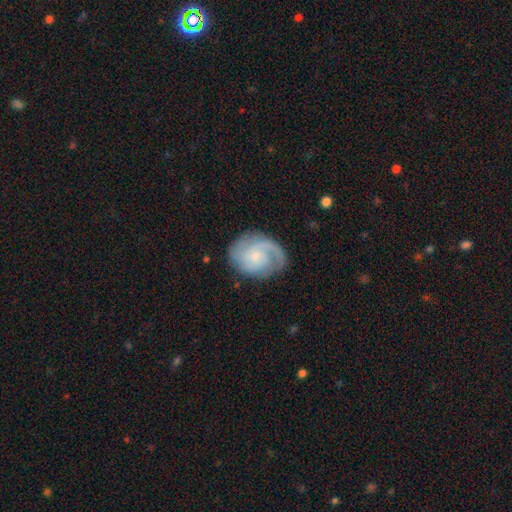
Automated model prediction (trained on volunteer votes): featured or disk 76%, smooth 18%, star or artifact 6%. Down the decision tree: edge-on disk — no (98%); bar — no (70%); spiral arms — yes (95%); spiral arm count — 2 (40%); spiral winding — tight (44%); bulge size — small (66%); merging — none (70%).